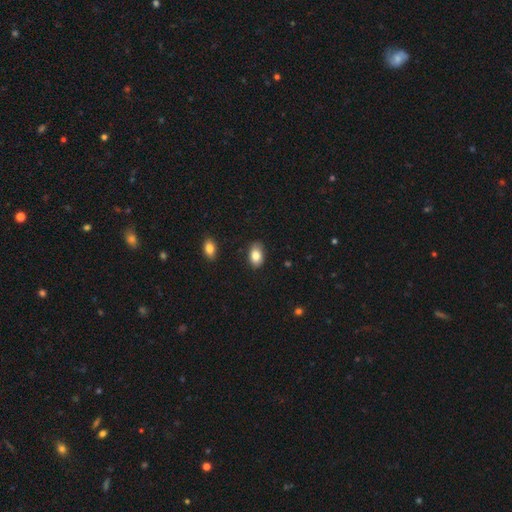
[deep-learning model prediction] A smooth galaxy with no disk features (84%) that is in between round and cigar-shaped (89%). Merging: none (81%).